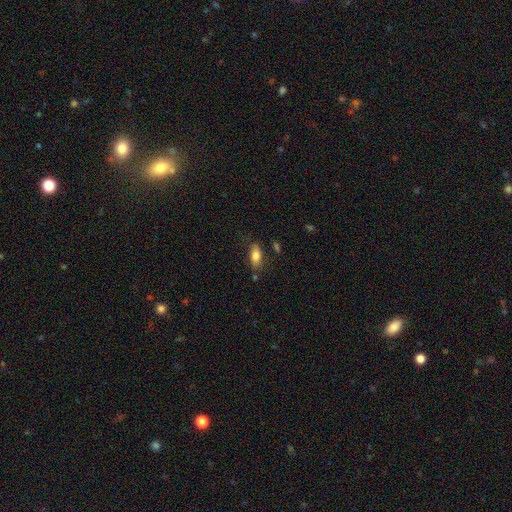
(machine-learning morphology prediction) A smooth galaxy with no disk features (79%) that is in between round and cigar-shaped (83%). Merging: none (73%).